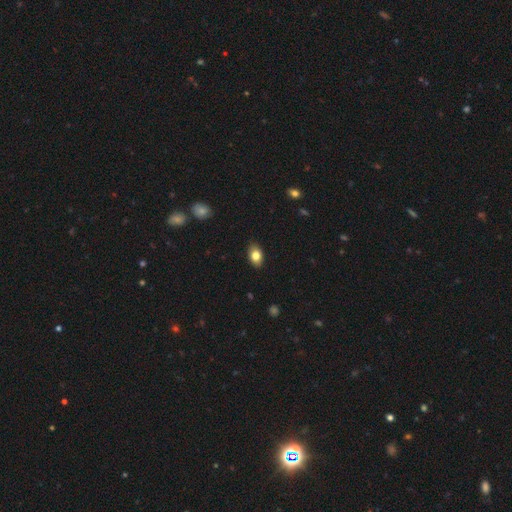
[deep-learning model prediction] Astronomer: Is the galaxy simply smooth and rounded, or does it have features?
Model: smooth — 82%.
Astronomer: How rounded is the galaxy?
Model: in between — 86%.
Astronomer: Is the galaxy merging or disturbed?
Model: none — 86%.